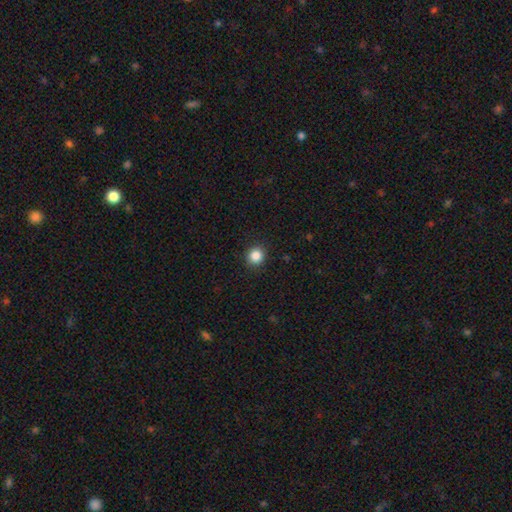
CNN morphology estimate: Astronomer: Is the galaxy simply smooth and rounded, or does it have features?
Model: smooth — 86%.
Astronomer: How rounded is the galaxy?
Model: round — 88%.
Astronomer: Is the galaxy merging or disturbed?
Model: none — 91%.